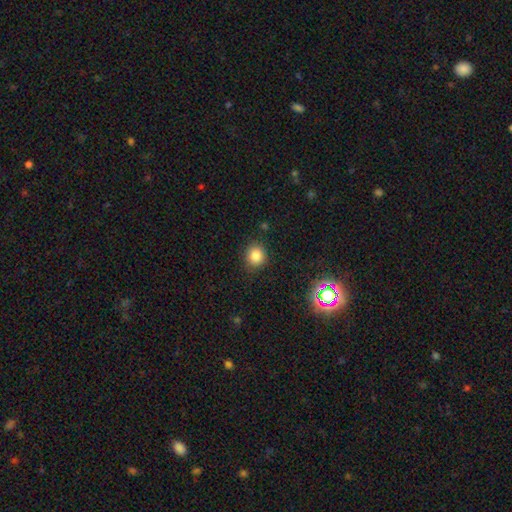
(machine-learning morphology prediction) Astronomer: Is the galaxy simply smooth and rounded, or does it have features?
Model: smooth — 83%.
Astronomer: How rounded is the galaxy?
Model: round — 82%.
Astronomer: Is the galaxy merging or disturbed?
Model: none — 87%.